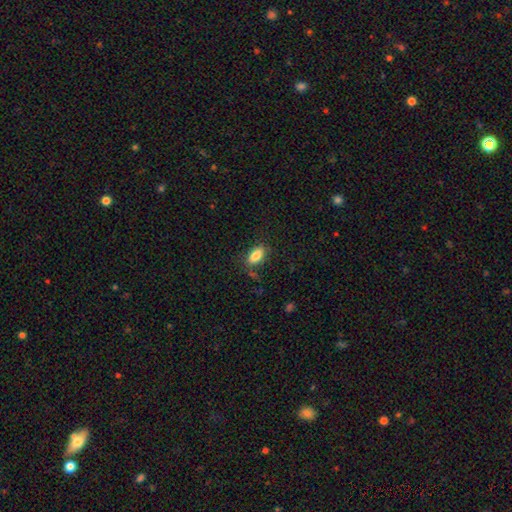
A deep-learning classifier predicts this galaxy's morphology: smooth_or_featured: smooth (p=0.85) [alt: star or artifact p=0.08]
how_rounded: in between (p=0.90) [alt: cigar-shaped p=0.05]
merging: none (p=0.78) [alt: minor disturbance p=0.14]